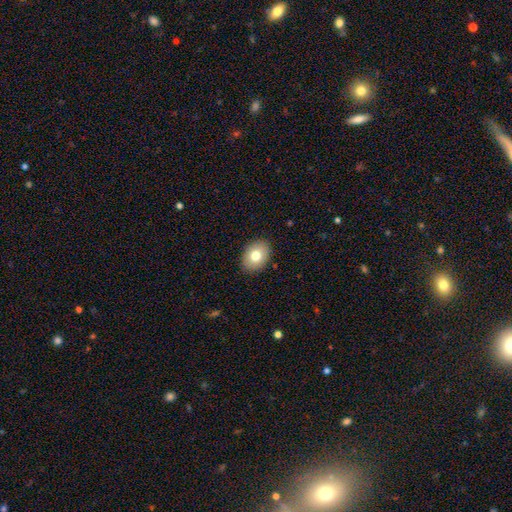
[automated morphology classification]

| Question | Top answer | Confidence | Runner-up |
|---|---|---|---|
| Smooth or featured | smooth | 78% | featured or disk (14%) |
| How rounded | in between | 70% | round (29%) |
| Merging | none | 88% | minor disturbance (9%) |